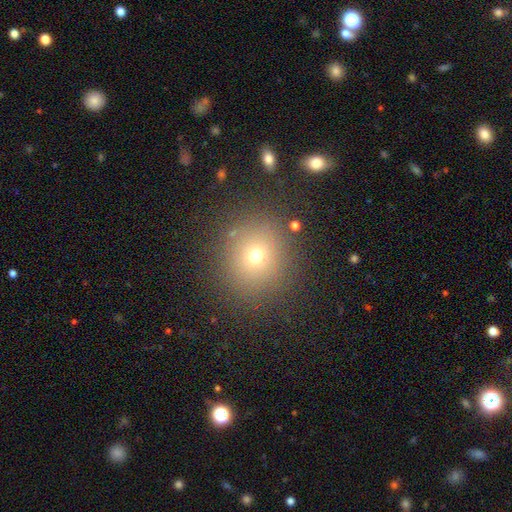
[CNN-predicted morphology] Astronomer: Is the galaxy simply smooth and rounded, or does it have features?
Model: smooth — 67%.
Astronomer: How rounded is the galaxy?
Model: round — 84%.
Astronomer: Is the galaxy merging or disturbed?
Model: none — 85%.